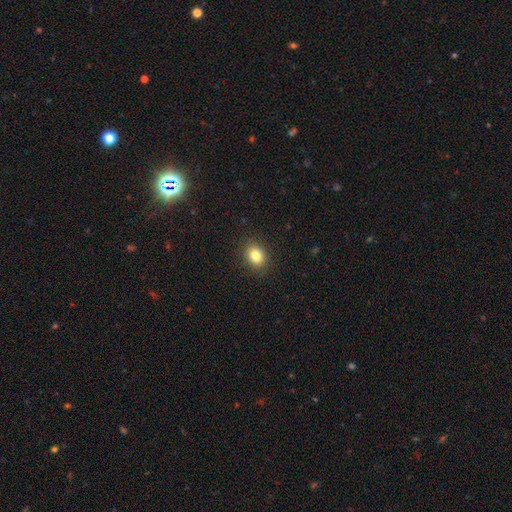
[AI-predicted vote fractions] Morphology: type=smooth (83%); roundness=in between (52%); merging=none (89%).